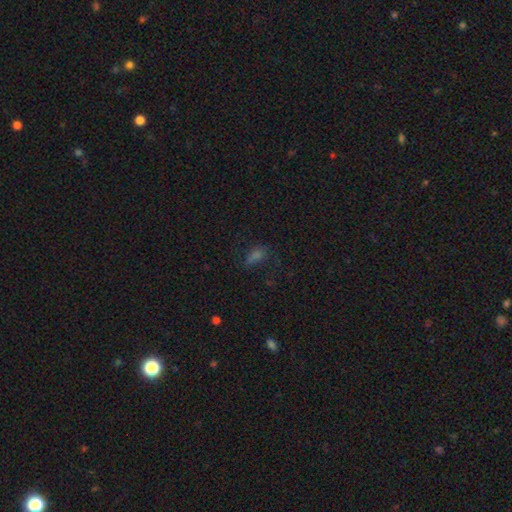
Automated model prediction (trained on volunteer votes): Smooth or featured? Predicted: smooth (p=0.54). How rounded? Predicted: in between (p=0.77). Merging? Predicted: none (p=0.59).